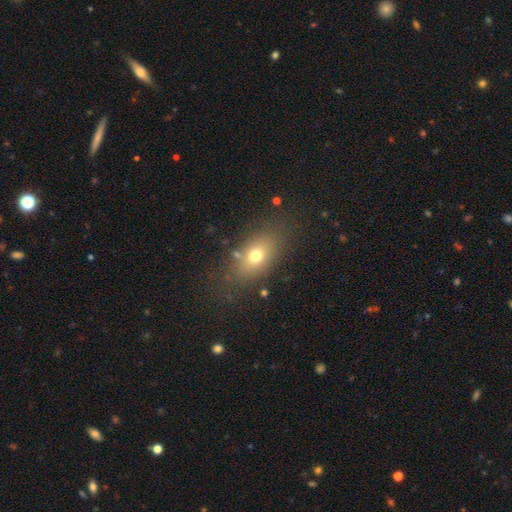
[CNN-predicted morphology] smooth-or-featured: smooth: 70% | featured or disk: 17% | star or artifact: 13%
  how-rounded: in between: 76% | round: 18% | cigar-shaped: 6%
  merging: none: 76% | minor disturbance: 14% | major disturbance: 7% | merger: 3%